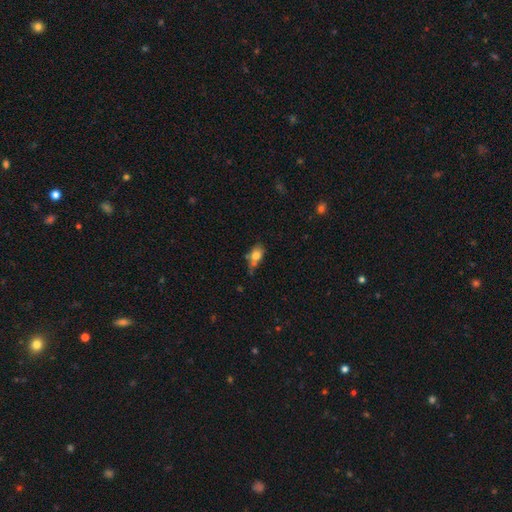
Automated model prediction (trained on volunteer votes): Smooth or featured?
  - smooth: 75% *
  - featured or disk: 15%
  - star or artifact: 10%
How rounded?
  - in between: 78% *
  - round: 16%
  - cigar-shaped: 5%
Merging?
  - none: 38% *
  - minor disturbance: 30%
  - merger: 18%
  - major disturbance: 13%